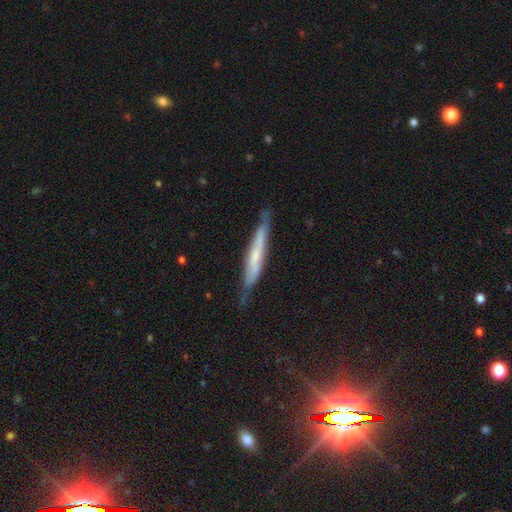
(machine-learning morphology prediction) Smooth or featured? Predicted: featured or disk (p=0.53). Edge-on disk? Predicted: yes (p=0.86). Merging? Predicted: none (p=0.73).